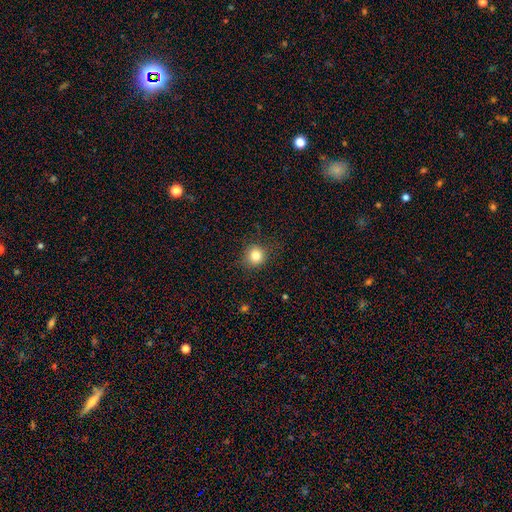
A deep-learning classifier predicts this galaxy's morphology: Overall: smooth (82%). How rounded: round (90%). Merging: none (85%).